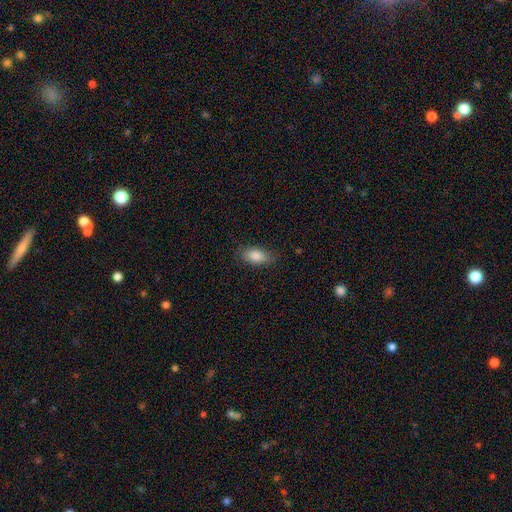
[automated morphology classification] This is clearly a smooth galaxy (87%). How rounded: clearly in between (90%). Merging: likely none (80%).